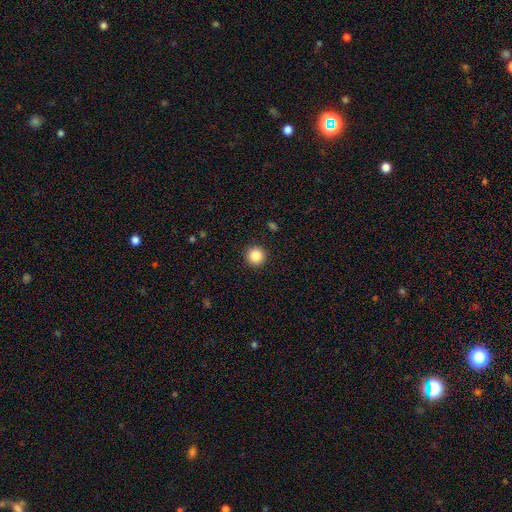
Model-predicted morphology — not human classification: type=smooth (87%); roundness=round (96%); merging=none (93%).